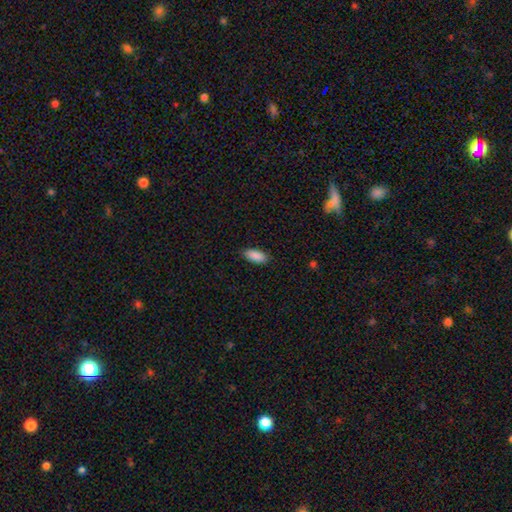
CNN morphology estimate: The model was most divided on "how rounded": in between: 86%, cigar-shaped: 12%, round: 2%. More confident: smooth or featured — smooth (90%); merging — none (86%).